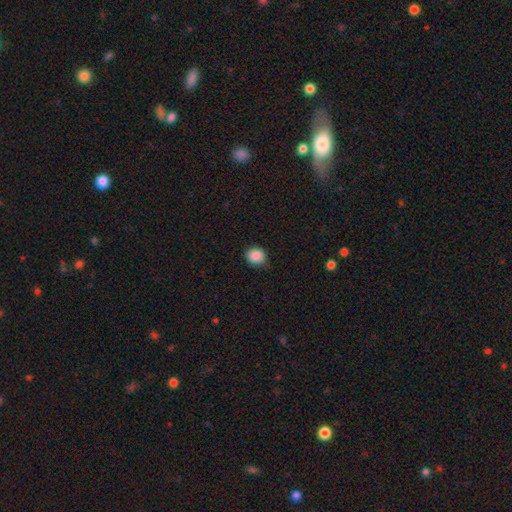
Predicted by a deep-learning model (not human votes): smooth-or-featured: smooth: 88% | star or artifact: 9% | featured or disk: 3%
  how-rounded: round: 75% | in between: 24% | cigar-shaped: 1%
  merging: none: 81% | minor disturbance: 15% | major disturbance: 3% | merger: 1%